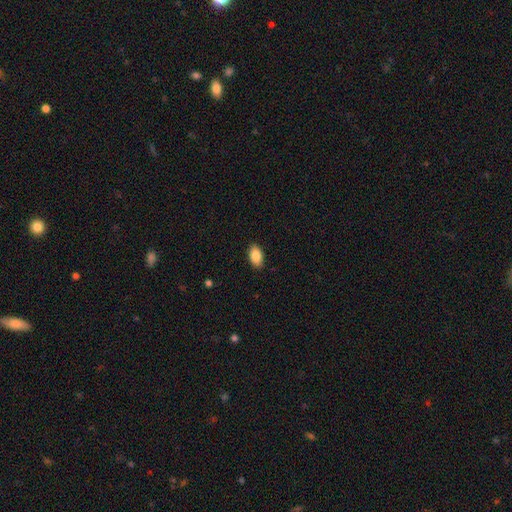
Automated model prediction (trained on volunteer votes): This appears to be a smooth galaxy with no disk features (87%) that is in between round and cigar-shaped (93%). Merging: none (88%).